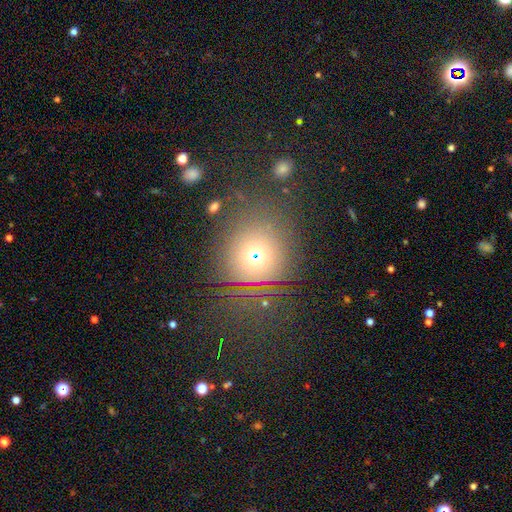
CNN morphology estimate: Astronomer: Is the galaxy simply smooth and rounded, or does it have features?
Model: smooth — 60%.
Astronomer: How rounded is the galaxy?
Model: round — 83%.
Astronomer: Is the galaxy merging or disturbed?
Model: none — 76%.